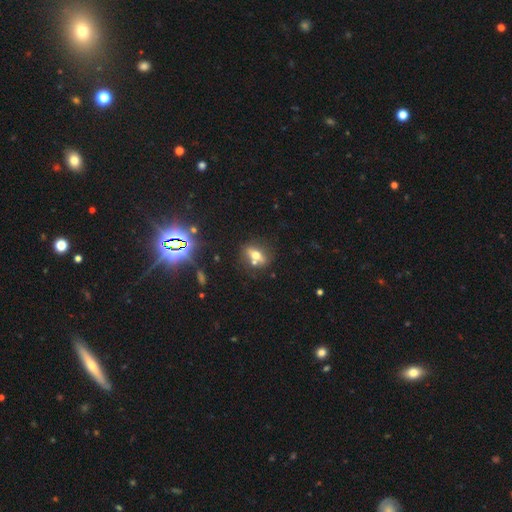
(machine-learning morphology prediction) smooth 48%, featured or disk 35%, star or artifact 17%. Down the decision tree: merging — none (61%).